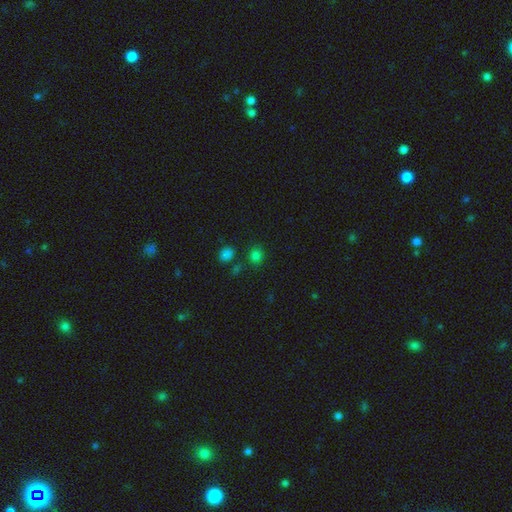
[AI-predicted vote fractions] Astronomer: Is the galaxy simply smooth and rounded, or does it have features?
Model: smooth — 77%.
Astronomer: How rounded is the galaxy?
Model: round — 75%.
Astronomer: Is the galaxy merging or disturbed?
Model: none — 76%.